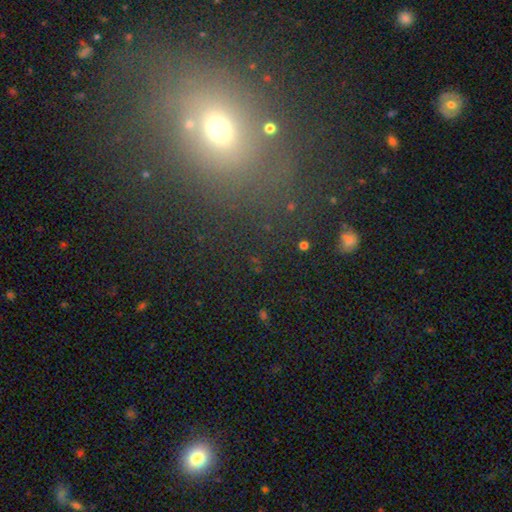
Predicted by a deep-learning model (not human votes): This appears to be a smooth galaxy with no disk features (51%) that is in between round and cigar-shaped (51%). Merging: none (72%).